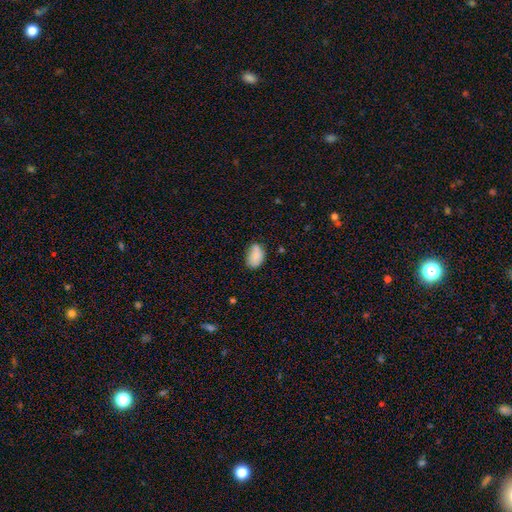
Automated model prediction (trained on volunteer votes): Smooth or featured? smooth (82%)
How rounded? in between (85%)
Merging? none (63%)